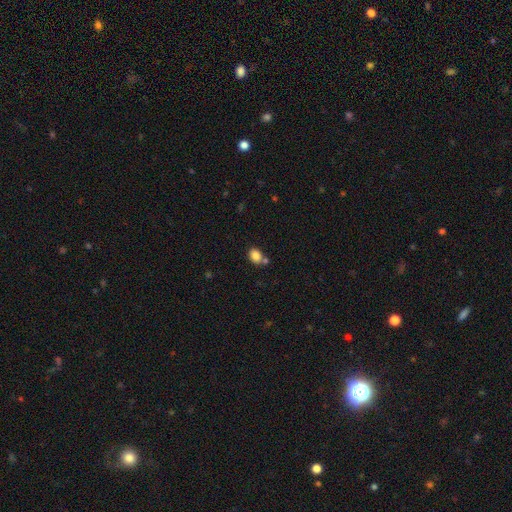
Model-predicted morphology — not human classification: A smooth galaxy with no disk features (85%) that is in between round and cigar-shaped (63%). Merging: none (59%).